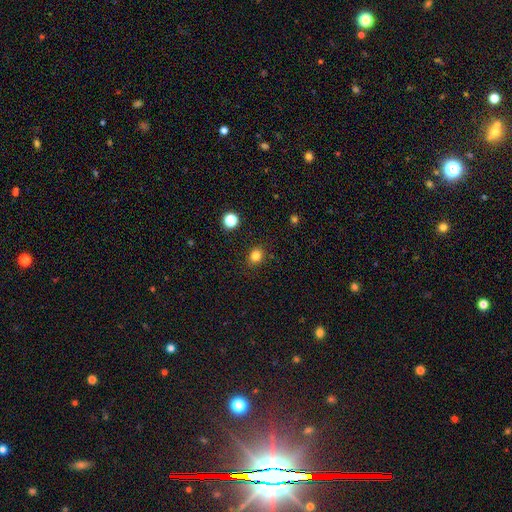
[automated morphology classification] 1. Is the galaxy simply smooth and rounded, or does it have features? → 82% smooth, 13% star or artifact, 5% featured or disk.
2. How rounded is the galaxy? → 69% round, 30% in between, 1% cigar-shaped.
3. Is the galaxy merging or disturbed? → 88% none, 8% minor disturbance, 2% major disturbance, 1% merger.